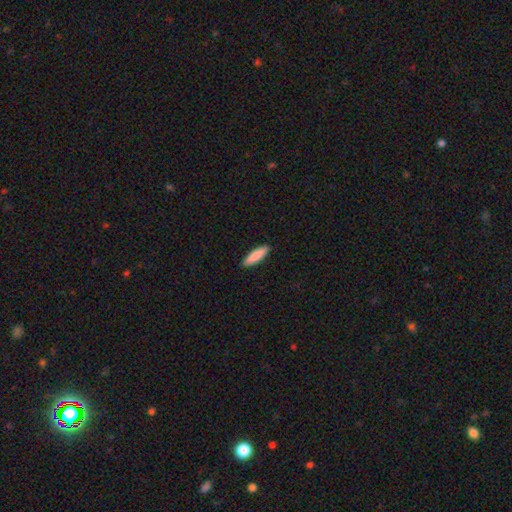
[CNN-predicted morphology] The model was most divided on "how rounded": cigar-shaped: 69%, in between: 29%, round: 1%. More confident: merging — none (92%); smooth or featured — smooth (87%).